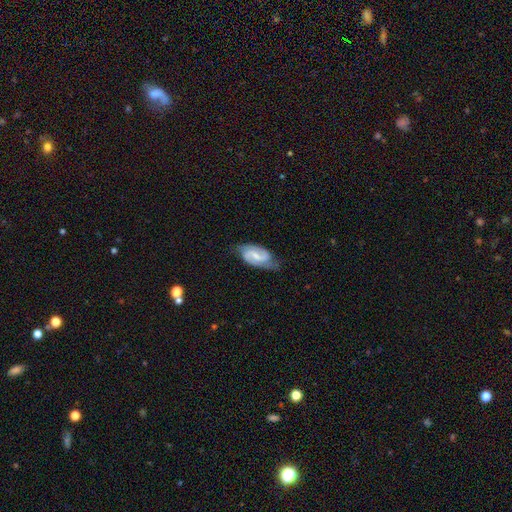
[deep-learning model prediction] A featured or disk galaxy (83%) with a weak bar (51%), 2 (91%) medium (52%) spiral arms (97%) and a small central bulge (50%). Merging: none (72%).